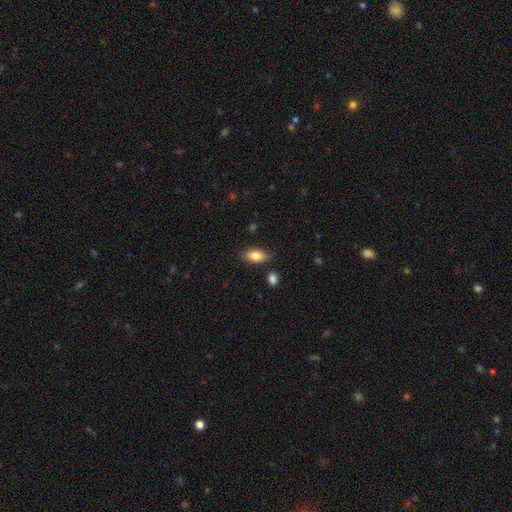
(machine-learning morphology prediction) A smooth galaxy with no disk features (84%) that is in between round and cigar-shaped (89%). Merging: none (83%).